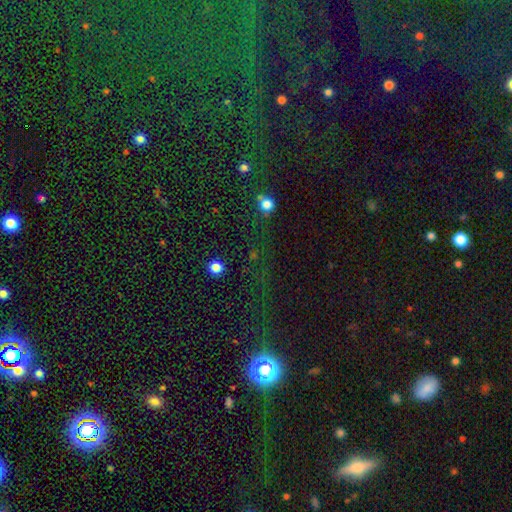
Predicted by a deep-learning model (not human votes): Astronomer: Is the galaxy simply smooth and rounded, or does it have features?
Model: star or artifact — 69%.